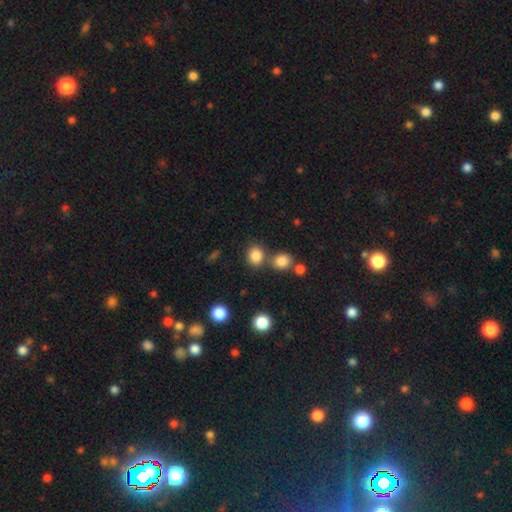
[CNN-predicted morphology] type=smooth (83%); roundness=round (65%); merging=none (65%).